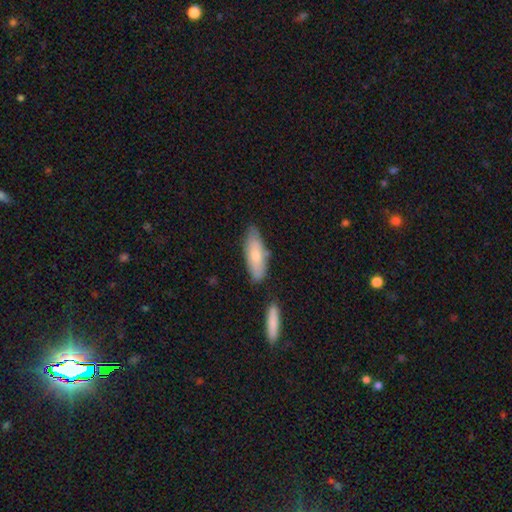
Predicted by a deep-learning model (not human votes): smooth-or-featured: smooth: 71% | featured or disk: 24% | star or artifact: 6%
  how-rounded: in between: 64% | cigar-shaped: 34% | round: 2%
  merging: none: 70% | minor disturbance: 19% | merger: 8% | major disturbance: 4%